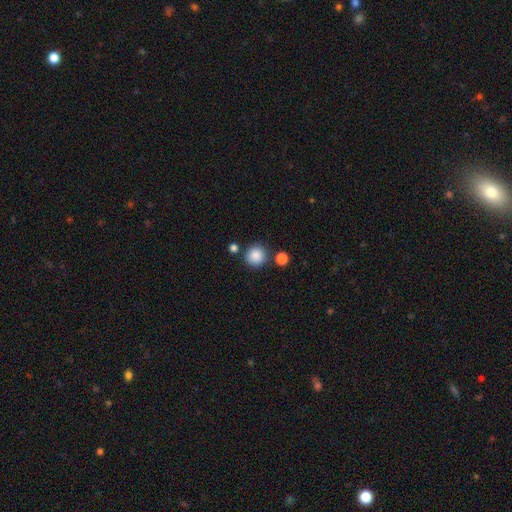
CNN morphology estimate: Smooth or featured? Predicted: smooth (p=0.87). How rounded? Predicted: round (p=0.93). Merging? Predicted: none (p=0.82).